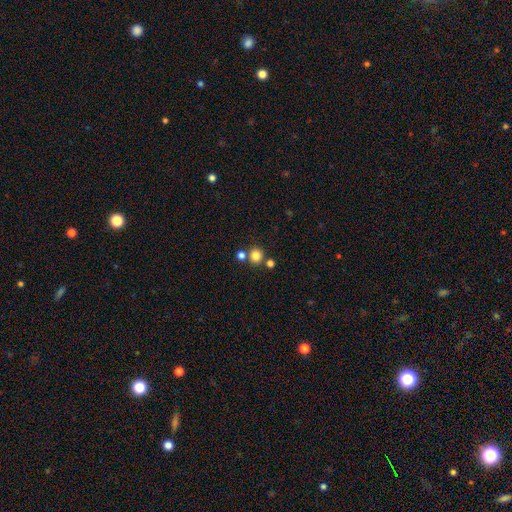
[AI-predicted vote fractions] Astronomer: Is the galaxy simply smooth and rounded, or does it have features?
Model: smooth — 80%.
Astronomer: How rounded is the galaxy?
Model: round — 93%.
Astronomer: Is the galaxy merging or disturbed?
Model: none — 74%.